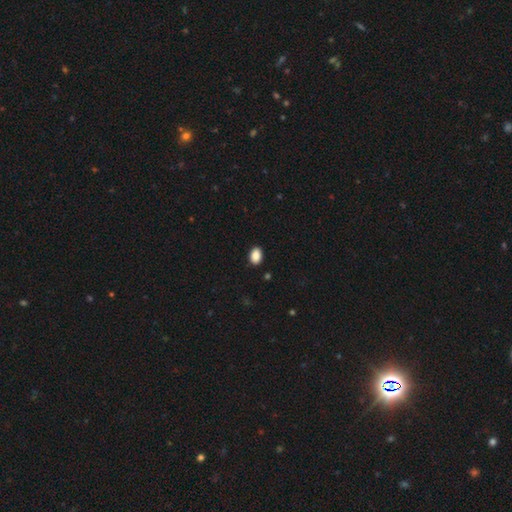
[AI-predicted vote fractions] Q: Smooth or featured?
A: smooth (89%); runner-up: star or artifact (8%)
Q: How rounded?
A: in between (83%); runner-up: round (15%)
Q: Merging?
A: none (90%); runner-up: minor disturbance (8%)